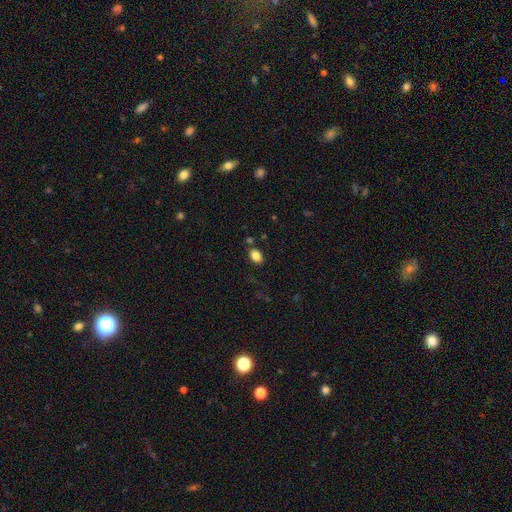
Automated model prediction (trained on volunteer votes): Smooth or featured? Predicted: smooth (p=0.84). How rounded? Predicted: in between (p=0.76). Merging? Predicted: none (p=0.79).